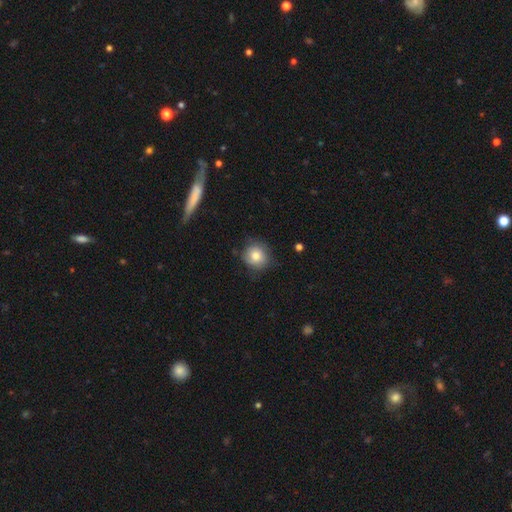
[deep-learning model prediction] A smooth galaxy with no disk features (80%) that is round (88%). Merging: none (74%).